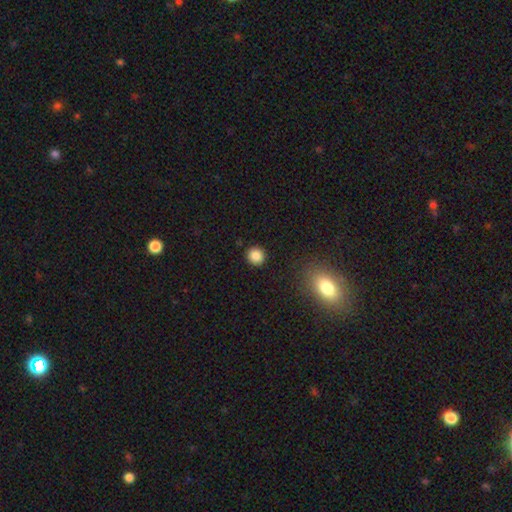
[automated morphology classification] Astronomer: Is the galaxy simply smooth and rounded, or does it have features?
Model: smooth — 85%.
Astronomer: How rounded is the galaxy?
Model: round — 92%.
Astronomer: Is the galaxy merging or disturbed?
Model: none — 91%.